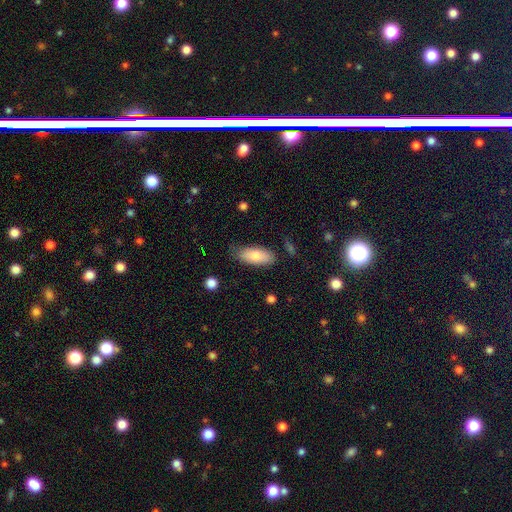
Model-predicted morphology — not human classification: This is likely a smooth galaxy (80%). How rounded: clearly in between (85%). Merging: likely none (76%).